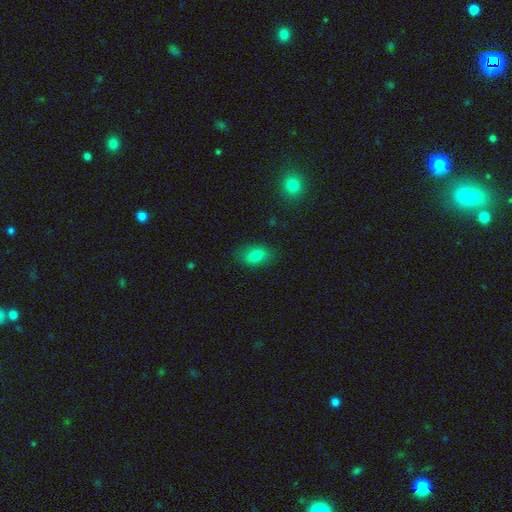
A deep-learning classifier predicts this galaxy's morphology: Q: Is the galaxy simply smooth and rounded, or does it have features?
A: smooth — 81%.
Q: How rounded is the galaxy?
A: in between — 82%.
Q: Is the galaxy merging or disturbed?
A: none — 79%.